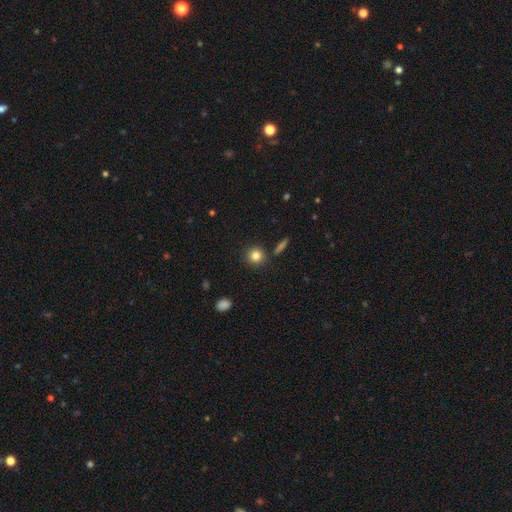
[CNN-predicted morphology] smooth 83%, star or artifact 10%, featured or disk 6%. Down the decision tree: how rounded — round (91%); merging — none (87%).